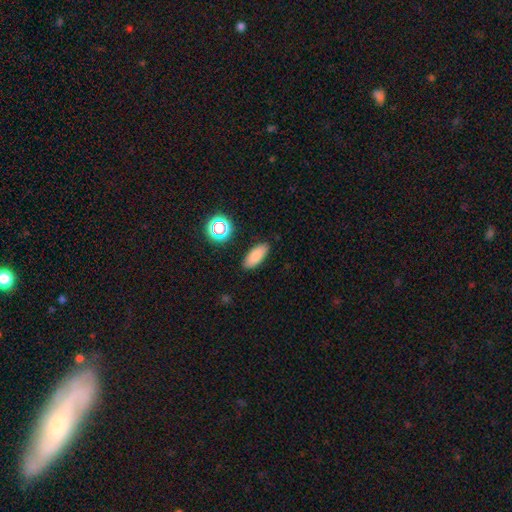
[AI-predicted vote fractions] smooth_or_featured: smooth (p=0.81) [alt: star or artifact p=0.11]
how_rounded: in between (p=0.79) [alt: cigar-shaped p=0.17]
merging: none (p=0.88) [alt: minor disturbance p=0.08]